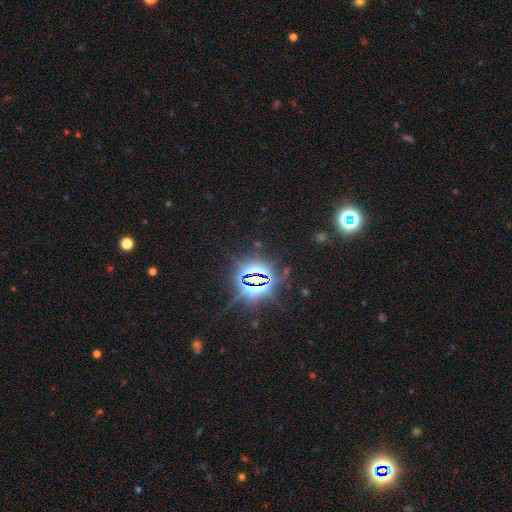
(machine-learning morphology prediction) Smooth or featured?
  - star or artifact: 84% *
  - smooth: 10%
  - featured or disk: 6%